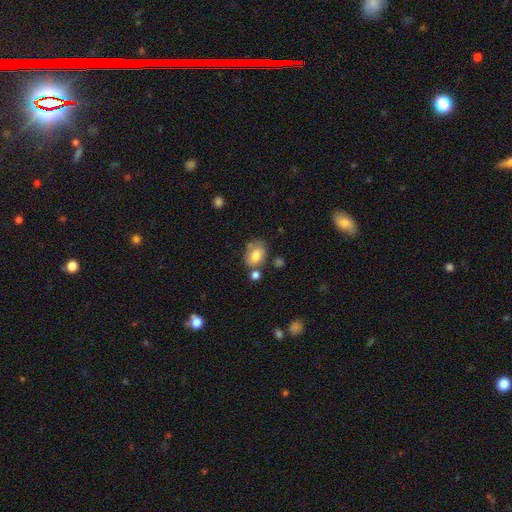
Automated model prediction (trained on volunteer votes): A smooth galaxy with no disk features (74%) that is in between round and cigar-shaped (79%). Merging: none (55%).